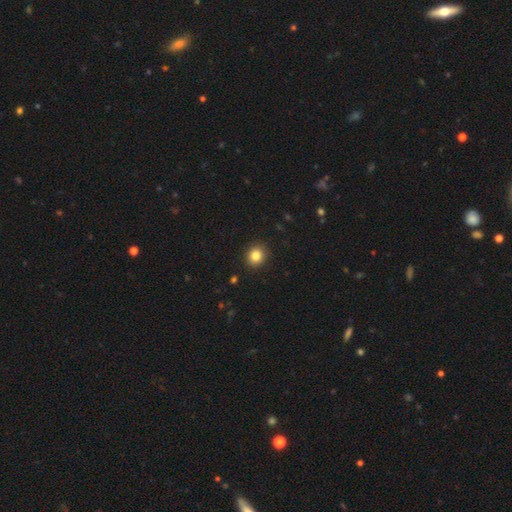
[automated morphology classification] Smooth or featured? smooth (83%)
How rounded? round (82%)
Merging? none (91%)